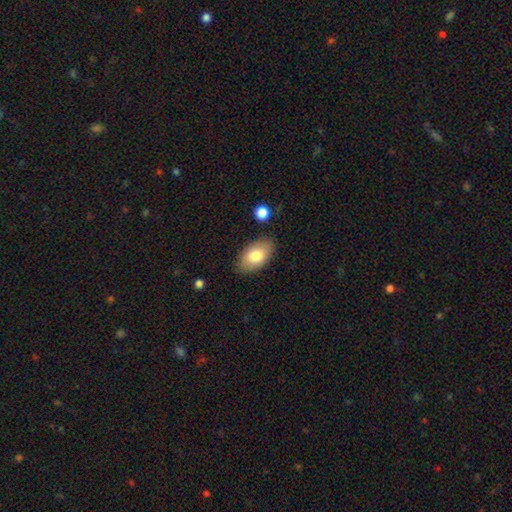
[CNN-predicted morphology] This is likely a smooth galaxy (79%). How rounded: clearly in between (93%). Merging: clearly none (83%).